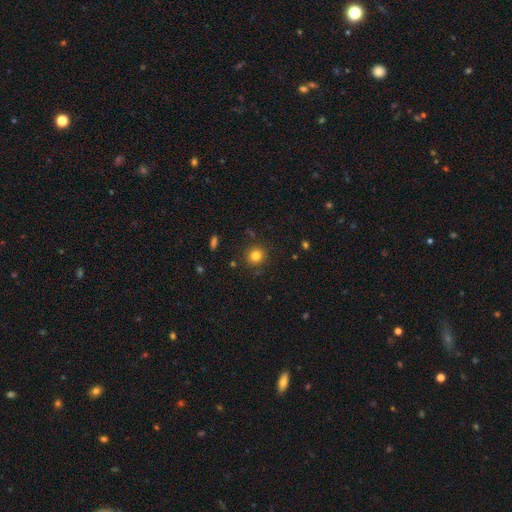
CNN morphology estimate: Smooth or featured: smooth — 81% (star or artifact — 13%)
How rounded: round — 88% (in between — 11%)
Merging: none — 88% (minor disturbance — 8%)